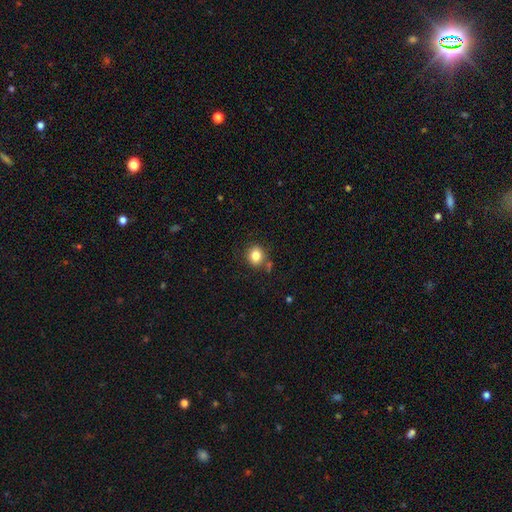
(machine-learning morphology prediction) Overall: smooth (83%). How rounded: round (68%; in between 31%). Merging: none (78%).